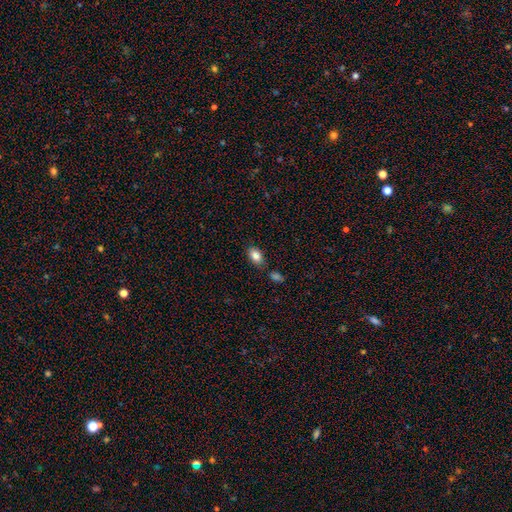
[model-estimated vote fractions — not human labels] Overall: smooth (84%). How rounded: in between (87%). Merging: none (78%).